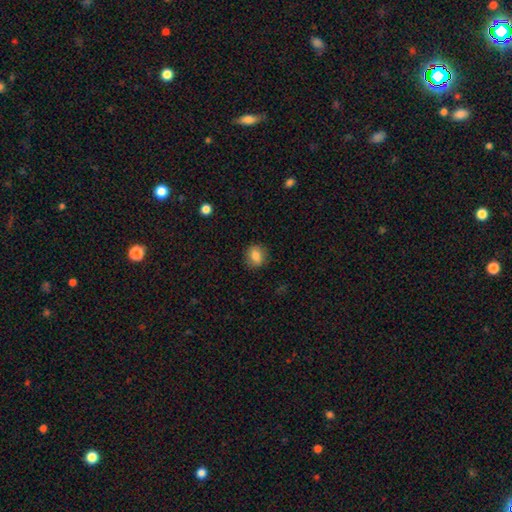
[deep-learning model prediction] Smooth or featured?
  - smooth: 83% *
  - star or artifact: 9%
  - featured or disk: 8%
How rounded?
  - round: 54% *
  - in between: 44%
  - cigar-shaped: 2%
Merging?
  - none: 87% *
  - minor disturbance: 9%
  - major disturbance: 3%
  - merger: 1%